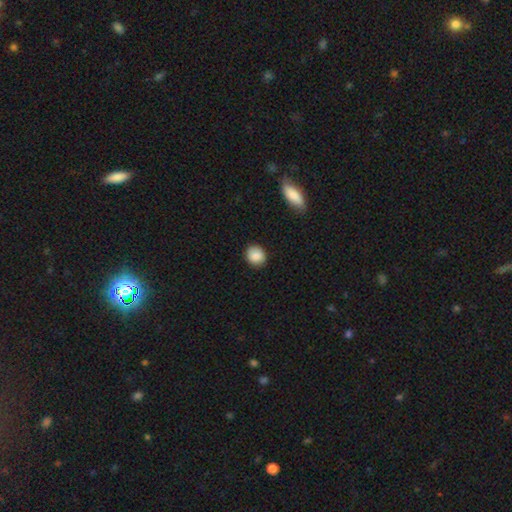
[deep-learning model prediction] Smooth or featured? Predicted: smooth (p=0.87). How rounded? Predicted: round (p=0.77). Merging? Predicted: none (p=0.87).